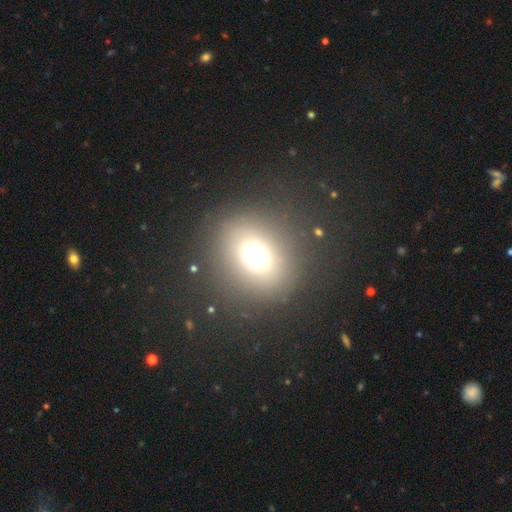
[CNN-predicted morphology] This appears to be a smooth galaxy with no disk features (64%) that is round (77%). Merging: none (83%).